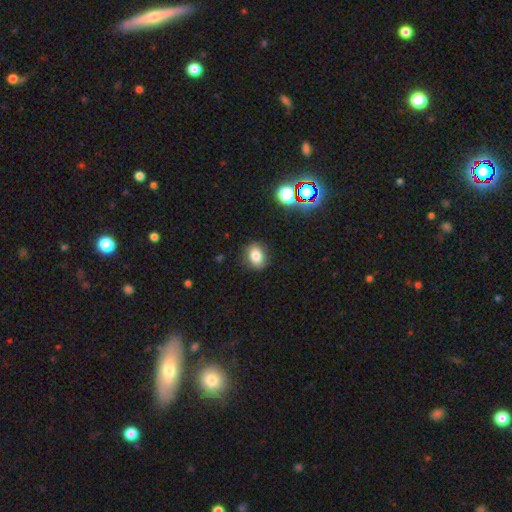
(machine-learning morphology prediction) Smooth or featured? smooth (81%)
How rounded? in between (60%)
Merging? none (85%)